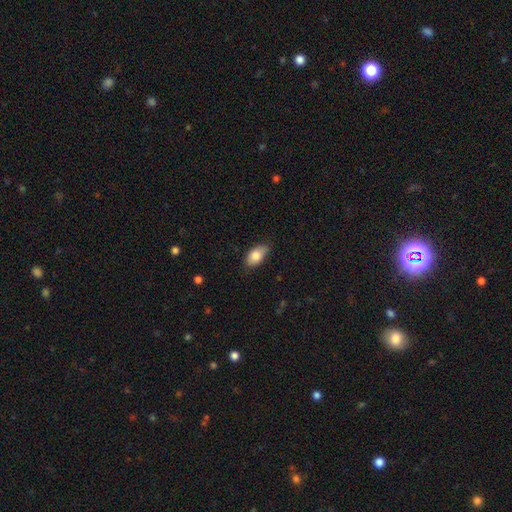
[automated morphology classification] type=smooth (83%); roundness=in between (92%); merging=none (76%).